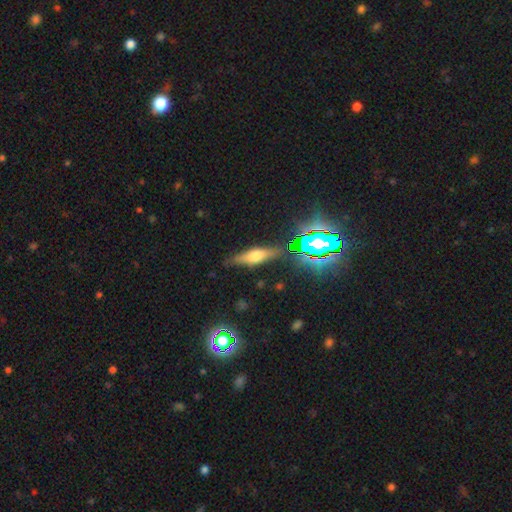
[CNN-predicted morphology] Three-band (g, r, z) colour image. It shows a featured or disk galaxy (45%). Merging: none (81%).